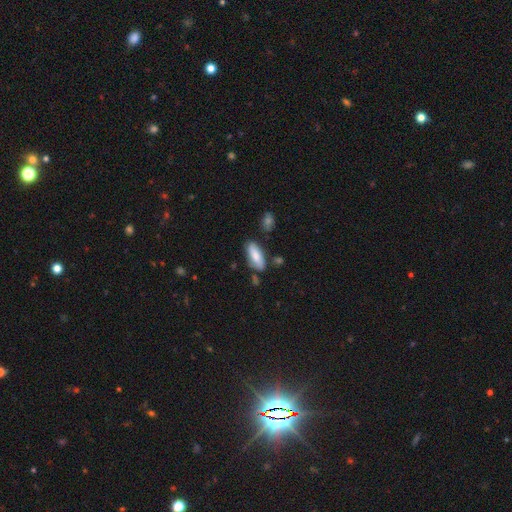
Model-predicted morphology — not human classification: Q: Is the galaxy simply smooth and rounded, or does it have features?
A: smooth — 75%.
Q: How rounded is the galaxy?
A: in between — 75%.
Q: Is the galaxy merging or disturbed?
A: none — 73%.